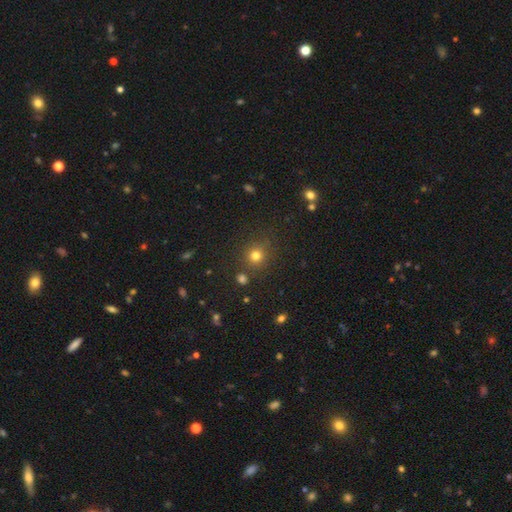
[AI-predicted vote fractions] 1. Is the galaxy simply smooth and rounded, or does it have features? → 77% smooth, 17% star or artifact, 6% featured or disk.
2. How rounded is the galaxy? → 91% round, 8% in between, 1% cigar-shaped.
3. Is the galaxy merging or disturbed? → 82% none, 9% minor disturbance, 5% merger, 4% major disturbance.